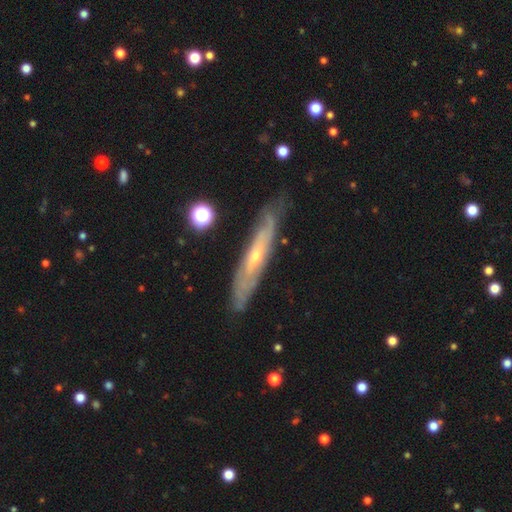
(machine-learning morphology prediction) Smooth or featured? Predicted: featured or disk (p=0.71). Edge-on disk? Predicted: yes (p=0.65). Merging? Predicted: none (p=0.82).